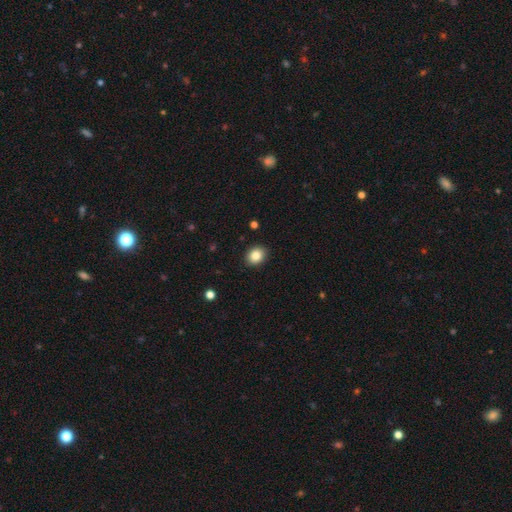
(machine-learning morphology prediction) smooth-or-featured: smooth: 85% | star or artifact: 9% | featured or disk: 6%
  how-rounded: round: 55% | in between: 44% | cigar-shaped: 1%
  merging: none: 90% | minor disturbance: 7% | major disturbance: 2% | merger: 1%